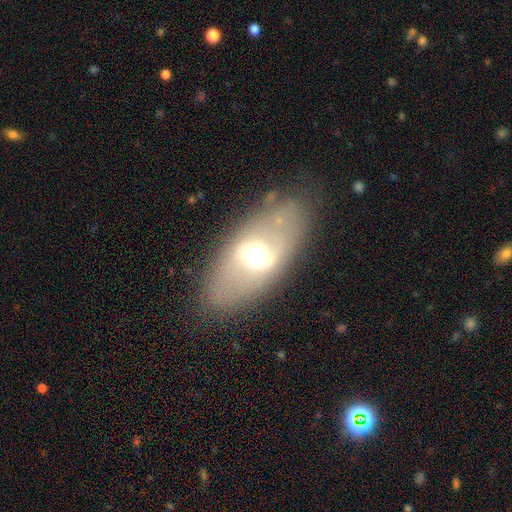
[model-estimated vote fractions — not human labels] smooth-or-featured: featured or disk: 50% | smooth: 41% | star or artifact: 9%
  disk-edge-on: no: 79% | yes: 21%
  merging: none: 81% | minor disturbance: 11% | major disturbance: 6% | merger: 2%